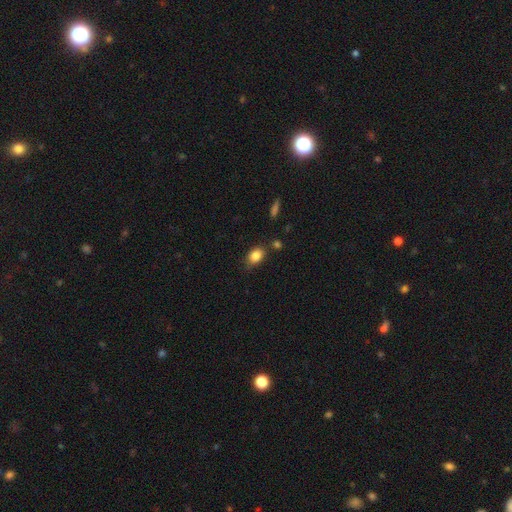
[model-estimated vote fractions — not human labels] Overall: smooth (85%). How rounded: in between (74%). Merging: none (72%).